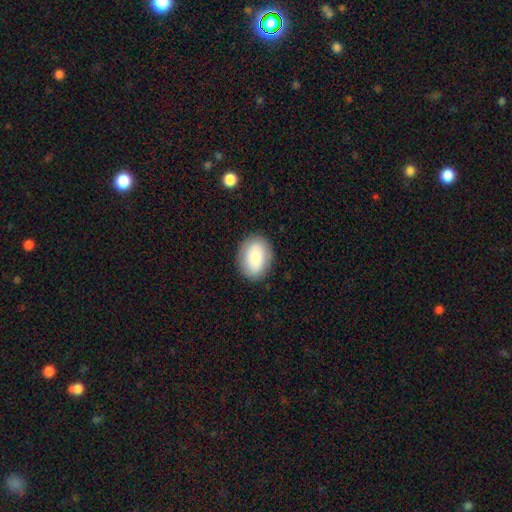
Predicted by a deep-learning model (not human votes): smooth_or_featured: smooth (p=0.79) [alt: featured or disk p=0.14]
how_rounded: in between (p=0.74) [alt: round p=0.25]
merging: none (p=0.85) [alt: minor disturbance p=0.11]